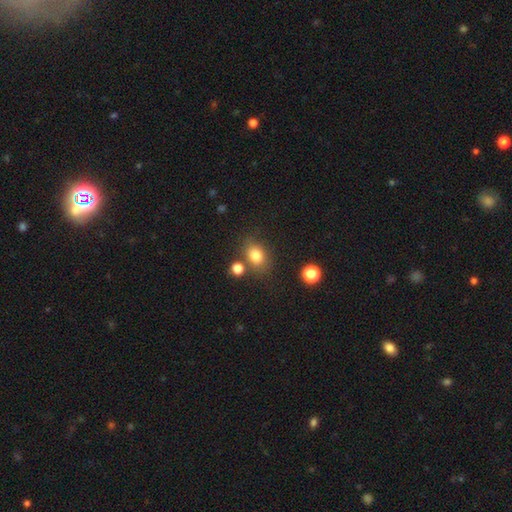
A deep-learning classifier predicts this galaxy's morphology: smooth 80%, star or artifact 12%, featured or disk 8%. Down the decision tree: how rounded — in between (56%); merging — none (71%).